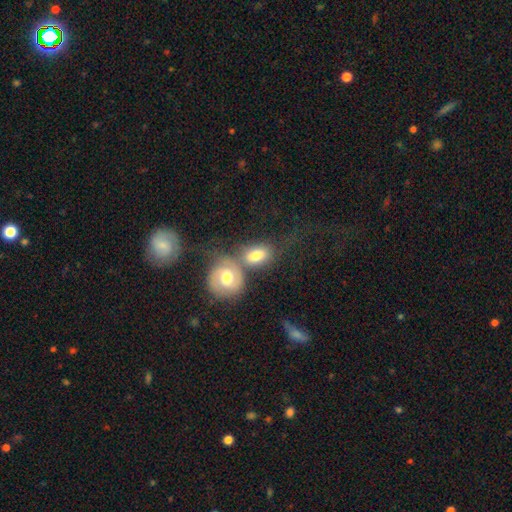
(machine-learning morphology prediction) Smooth or featured: smooth — 64% (featured or disk — 28%)
How rounded: in between — 75% (round — 23%)
Merging: merger — 39% (none — 37%)